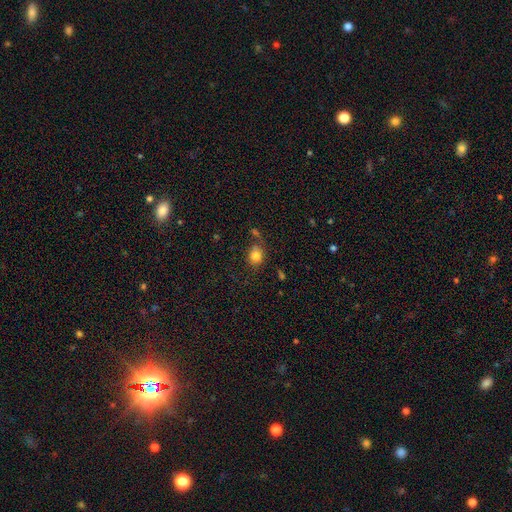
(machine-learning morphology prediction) Smooth or featured?
  - smooth: 81% *
  - star or artifact: 11%
  - featured or disk: 8%
How rounded?
  - round: 65% *
  - in between: 34%
  - cigar-shaped: 1%
Merging?
  - none: 61% *
  - minor disturbance: 19%
  - merger: 11%
  - major disturbance: 10%